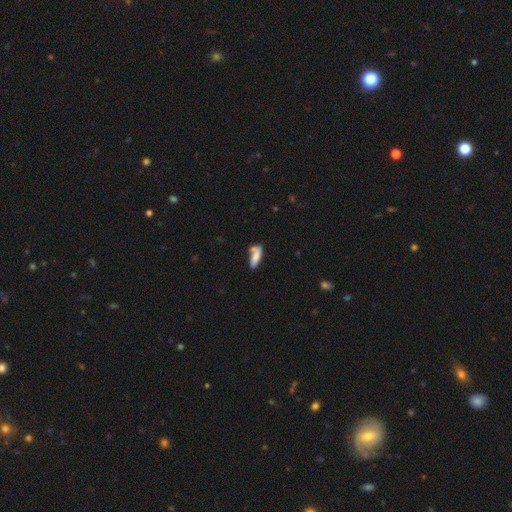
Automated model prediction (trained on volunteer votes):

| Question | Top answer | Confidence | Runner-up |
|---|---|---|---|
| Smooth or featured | smooth | 76% | featured or disk (16%) |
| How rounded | in between | 64% | cigar-shaped (33%) |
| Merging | none | 47% | minor disturbance (25%) |